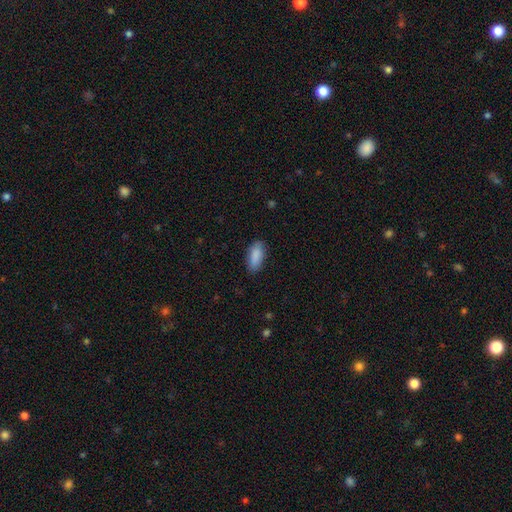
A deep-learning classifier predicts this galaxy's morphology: This is clearly a smooth galaxy (89%). How rounded: clearly in between (85%). Merging: clearly none (82%).